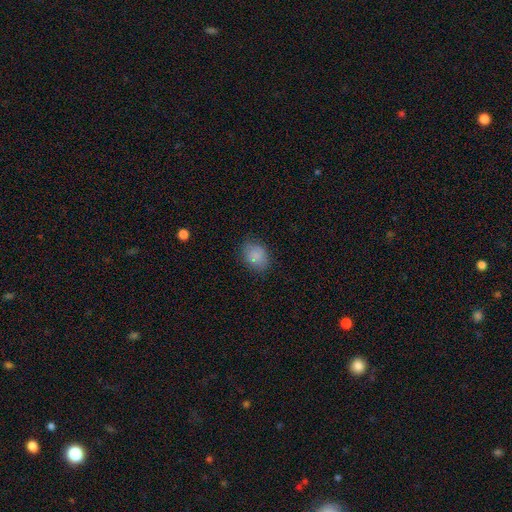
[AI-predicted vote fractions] smooth 84%, star or artifact 9%, featured or disk 7%. Down the decision tree: how rounded — in between (58%); merging — none (76%).